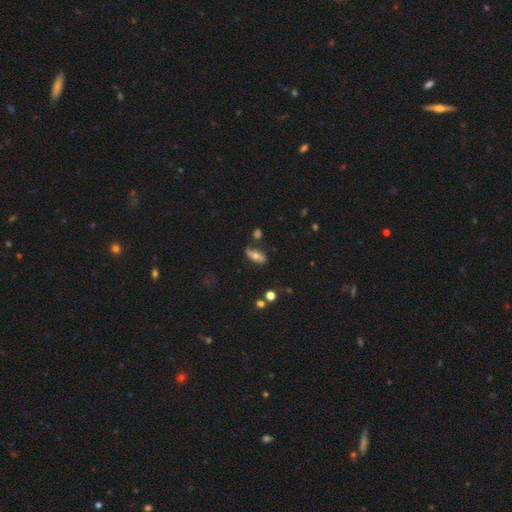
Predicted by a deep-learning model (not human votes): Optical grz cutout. It shows a smooth galaxy with no disk features (52%) that is in between round and cigar-shaped (83%). Merging: none (55%).